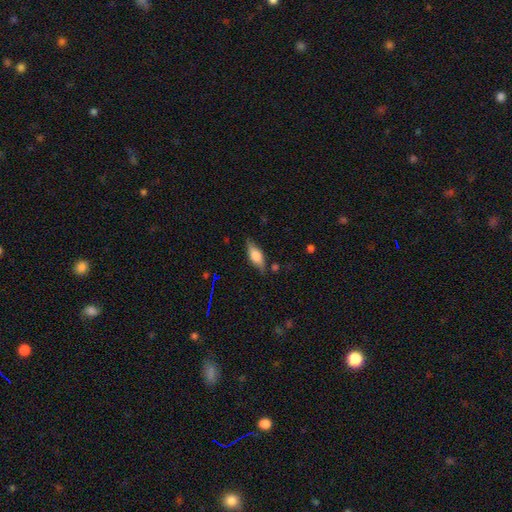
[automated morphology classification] smooth_or_featured: smooth (p=0.55) [alt: featured or disk p=0.37]
how_rounded: in between (p=0.68) [alt: cigar-shaped p=0.28]
merging: none (p=0.76) [alt: minor disturbance p=0.18]